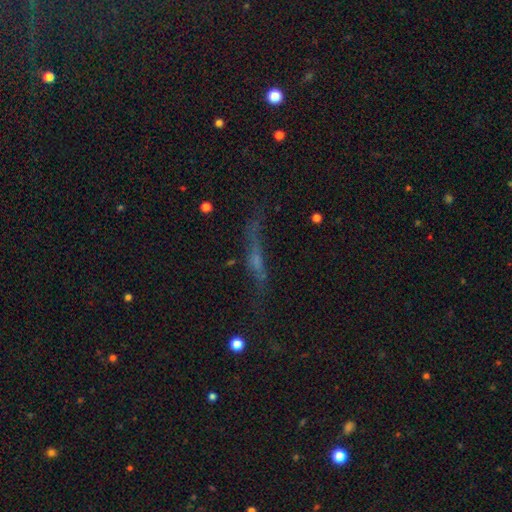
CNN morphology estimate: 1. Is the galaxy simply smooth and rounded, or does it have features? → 51% featured or disk, 28% smooth, 21% star or artifact.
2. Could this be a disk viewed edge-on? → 73% yes, 27% no.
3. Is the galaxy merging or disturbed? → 61% none, 20% minor disturbance, 15% major disturbance, 4% merger.